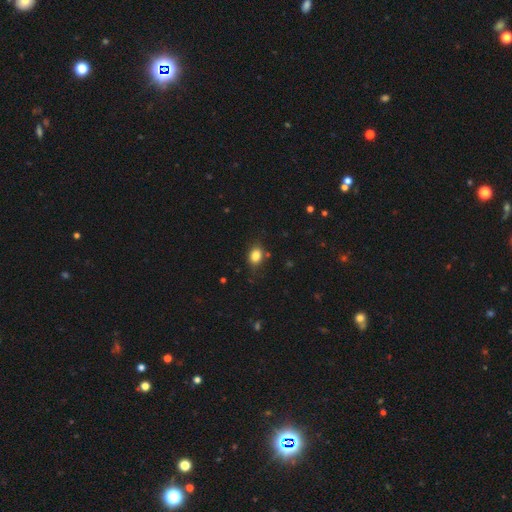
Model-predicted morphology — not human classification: Smooth or featured: smooth — 84% (star or artifact — 10%)
How rounded: in between — 68% (round — 31%)
Merging: none — 78% (minor disturbance — 16%)